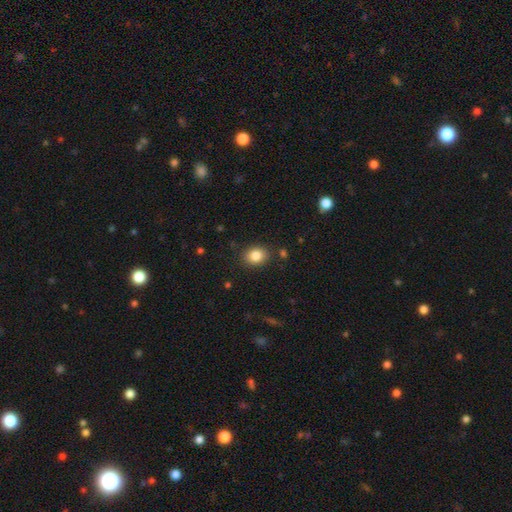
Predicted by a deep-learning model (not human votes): Smooth or featured?
  - smooth: 84% *
  - star or artifact: 10%
  - featured or disk: 7%
How rounded?
  - in between: 50% *
  - round: 49%
  - cigar-shaped: 1%
Merging?
  - none: 87% *
  - minor disturbance: 9%
  - major disturbance: 3%
  - merger: 2%